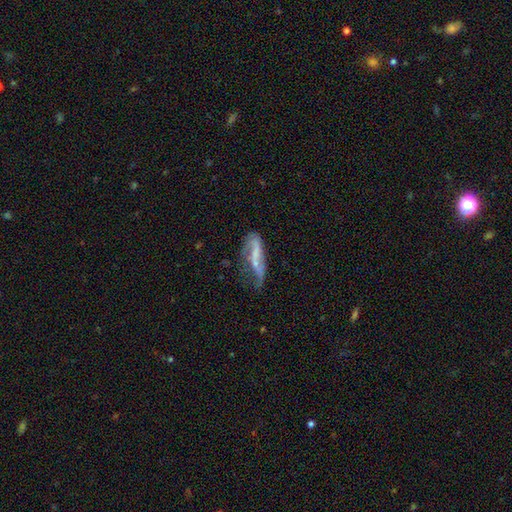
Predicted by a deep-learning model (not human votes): Smooth or featured?
  - featured or disk: 61% *
  - smooth: 31%
  - star or artifact: 8%
Edge-on disk?
  - no: 80% *
  - yes: 20%
Merging?
  - none: 33% *
  - major disturbance: 31%
  - minor disturbance: 28%
  - merger: 8%